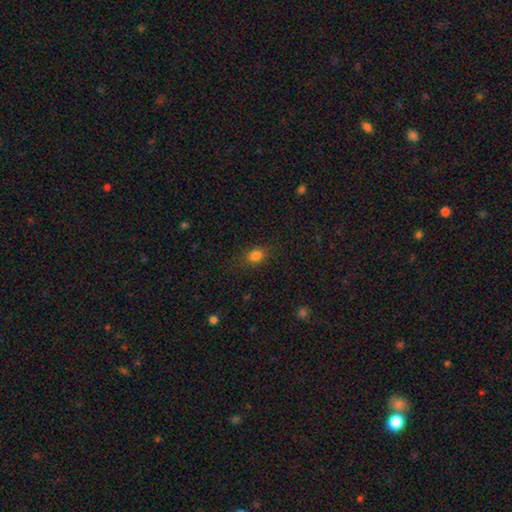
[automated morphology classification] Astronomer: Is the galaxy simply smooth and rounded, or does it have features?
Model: smooth — 81%.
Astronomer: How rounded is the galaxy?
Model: round — 51% (runner-up: in between, 47%).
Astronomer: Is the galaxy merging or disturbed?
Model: none — 80%.